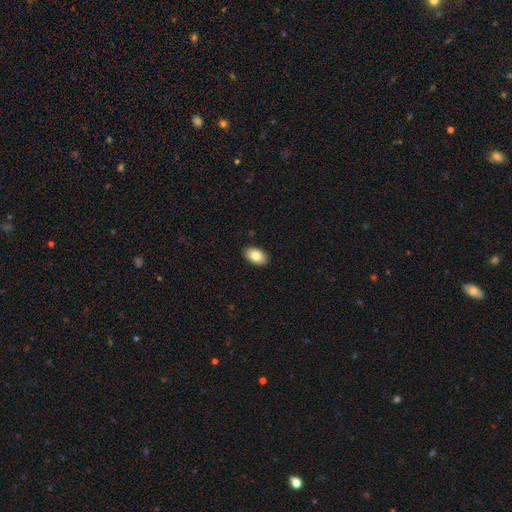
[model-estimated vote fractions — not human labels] Q: Smooth or featured?
A: smooth (82%); runner-up: featured or disk (11%)
Q: How rounded?
A: in between (93%); runner-up: round (6%)
Q: Merging?
A: none (91%); runner-up: minor disturbance (7%)